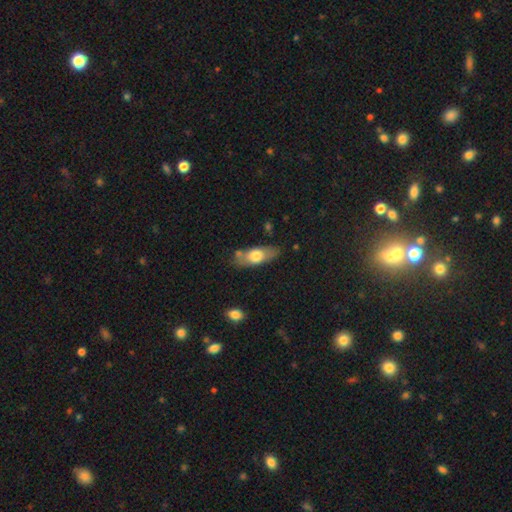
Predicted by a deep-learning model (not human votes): smooth 63%, featured or disk 31%, star or artifact 6%. Down the decision tree: how rounded — in between (75%); merging — none (71%).